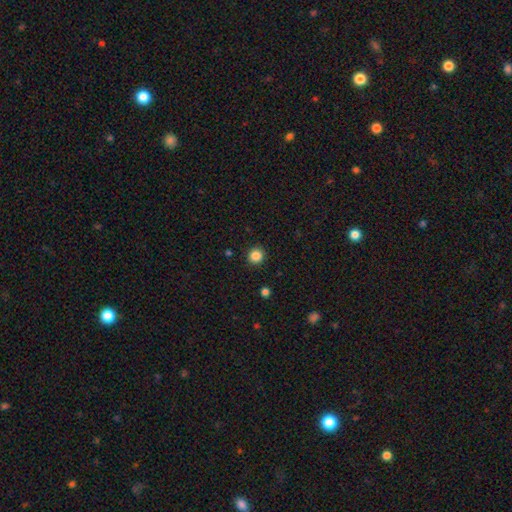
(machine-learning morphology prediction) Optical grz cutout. It shows a smooth galaxy with no disk features (86%) that is round (93%). Merging: none (92%).